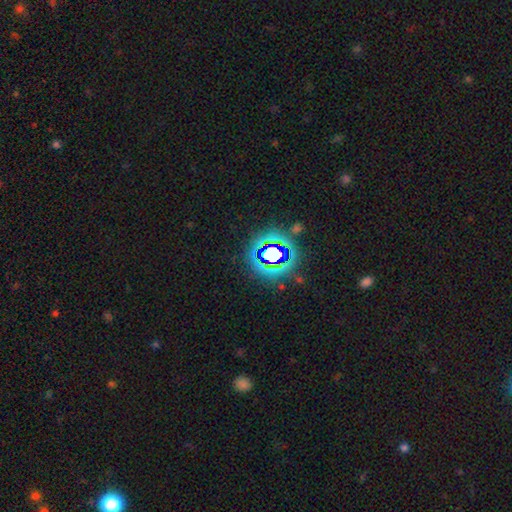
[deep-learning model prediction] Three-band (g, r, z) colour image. It shows a star or artifact, not a galaxy (76%).